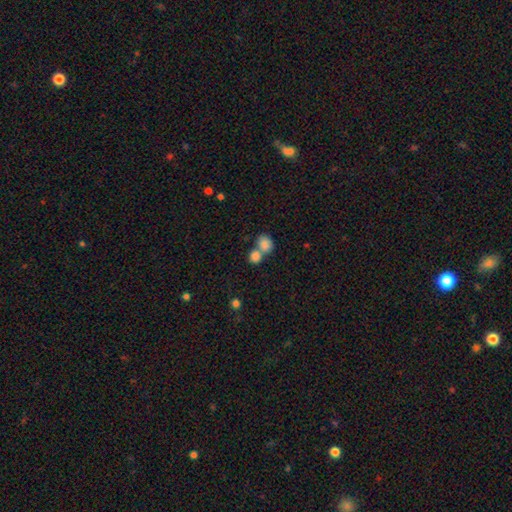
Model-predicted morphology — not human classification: Smooth or featured? smooth (83%)
How rounded? round (67%)
Merging? merger (59%)